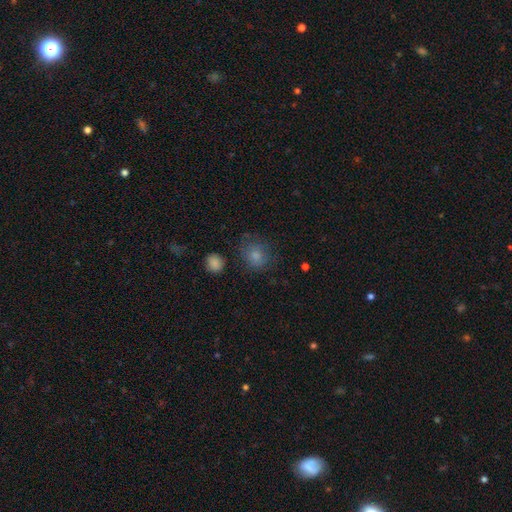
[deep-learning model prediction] Smooth or featured? Predicted: smooth (p=0.81). How rounded? Predicted: round (p=0.75). Merging? Predicted: none (p=0.69).